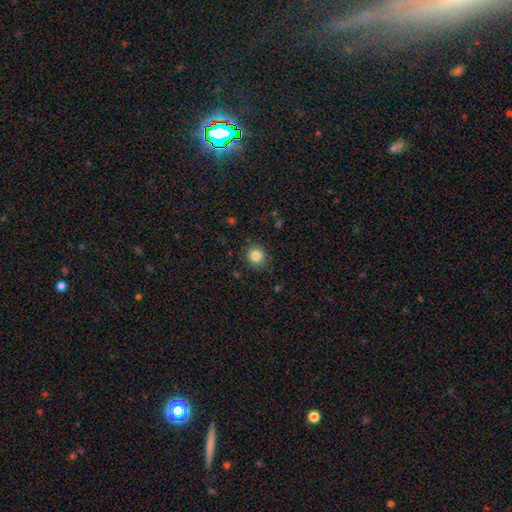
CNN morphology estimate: A smooth galaxy with no disk features (85%) that is round (87%). Merging: none (86%).